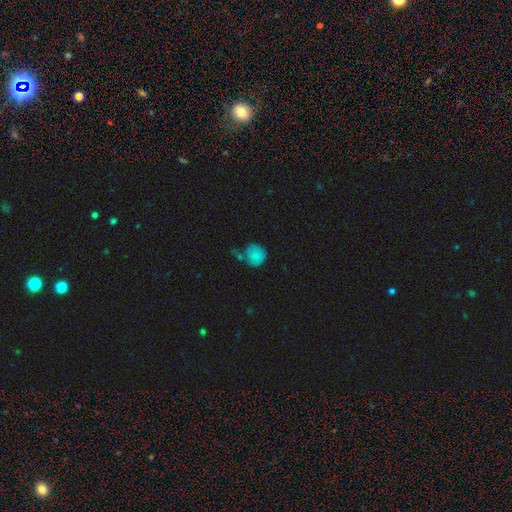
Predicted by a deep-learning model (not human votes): Smooth or featured: smooth — 80% (featured or disk — 11%)
How rounded: round — 83% (in between — 16%)
Merging: none — 52% (minor disturbance — 23%)